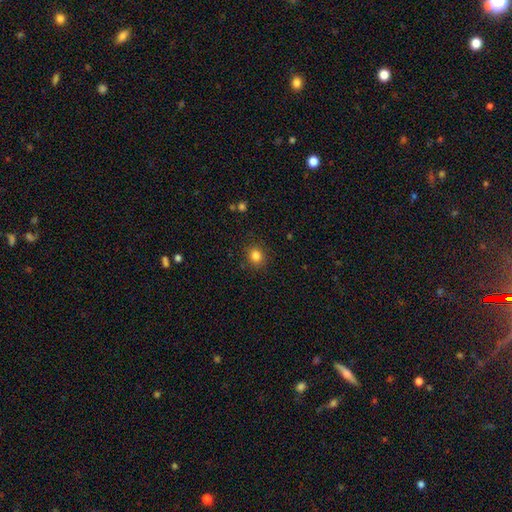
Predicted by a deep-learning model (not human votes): Overall: smooth (83%). How rounded: round (80%). Merging: none (87%).